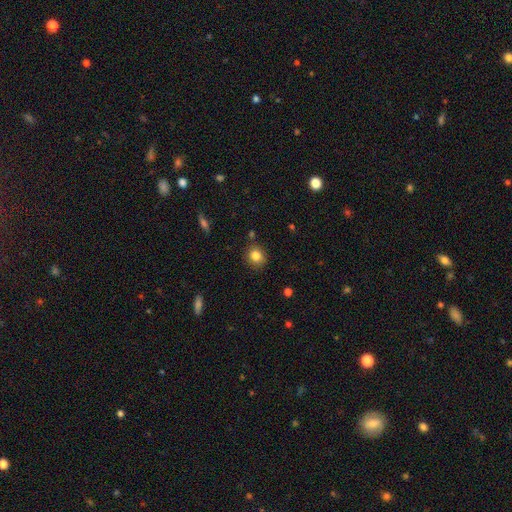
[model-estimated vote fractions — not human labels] smooth 83%, star or artifact 11%, featured or disk 6%. Down the decision tree: how rounded — round (77%); merging — none (84%).